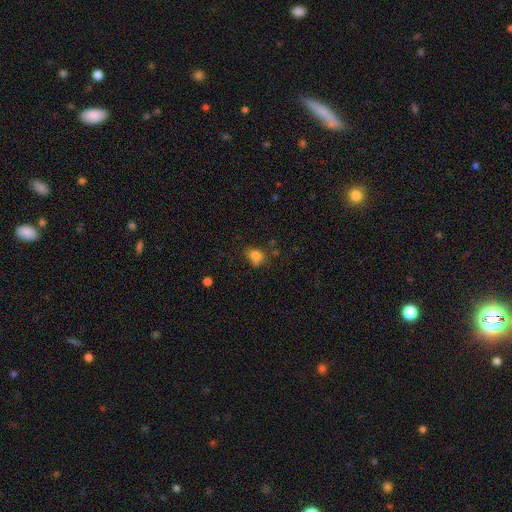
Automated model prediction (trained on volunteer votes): A smooth galaxy with no disk features (79%) that is in between round and cigar-shaped (55%). Merging: none (57%).